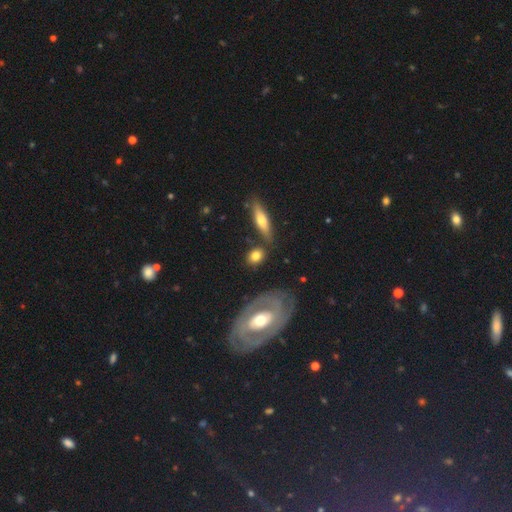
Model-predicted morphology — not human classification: smooth-or-featured: smooth: 73% | featured or disk: 20% | star or artifact: 7%
  how-rounded: in between: 51% | round: 42% | cigar-shaped: 6%
  merging: none: 69% | minor disturbance: 14% | merger: 11% | major disturbance: 6%